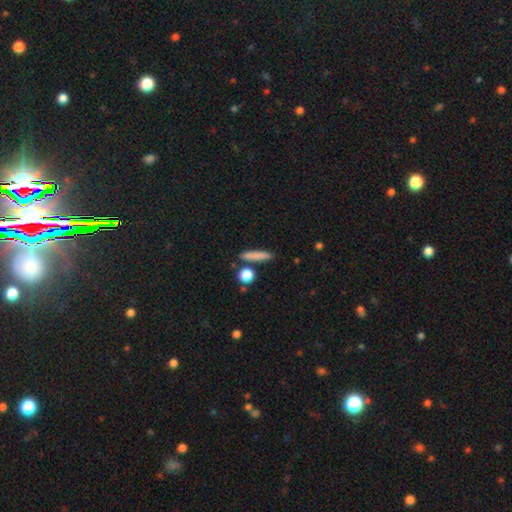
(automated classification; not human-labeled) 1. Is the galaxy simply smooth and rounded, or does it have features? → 80% smooth, 11% featured or disk, 8% star or artifact.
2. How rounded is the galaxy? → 77% cigar-shaped, 13% in between, 10% round.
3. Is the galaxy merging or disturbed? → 82% none, 10% minor disturbance, 6% merger, 3% major disturbance.